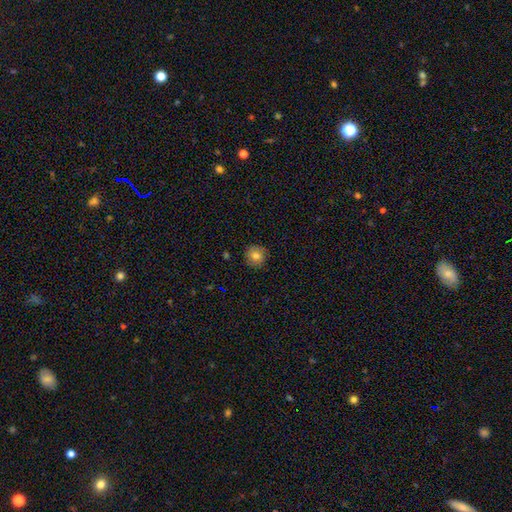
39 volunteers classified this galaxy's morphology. type=smooth (74%); roundness=round (93%); merging=none (89%).